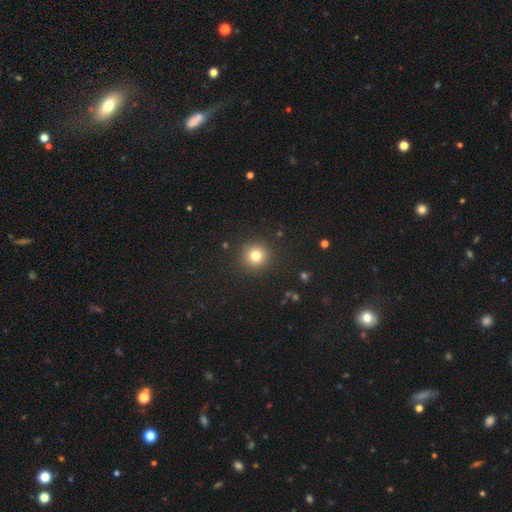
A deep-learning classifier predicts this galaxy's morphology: smooth 79%, star or artifact 13%, featured or disk 7%. Down the decision tree: how rounded — round (95%); merging — none (91%).